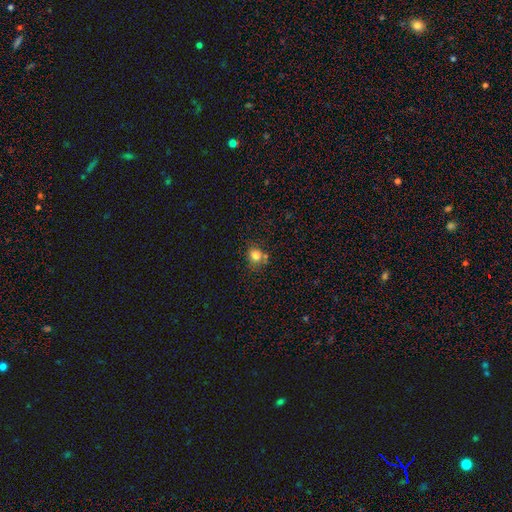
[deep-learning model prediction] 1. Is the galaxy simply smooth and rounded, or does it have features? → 80% smooth, 13% star or artifact, 7% featured or disk.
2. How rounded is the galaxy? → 78% round, 21% in between, 1% cigar-shaped.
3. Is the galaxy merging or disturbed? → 62% none, 17% merger, 16% minor disturbance, 5% major disturbance.